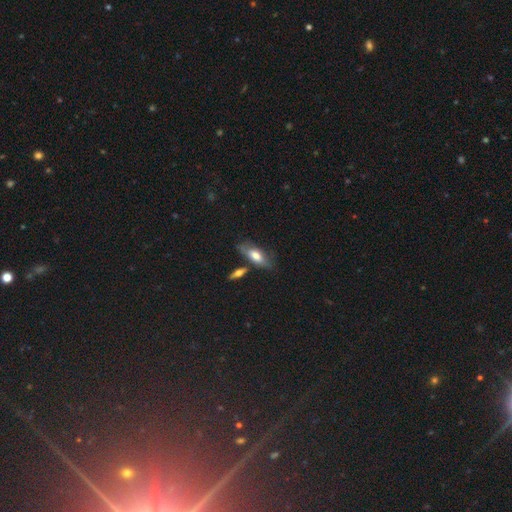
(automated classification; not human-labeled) The model was most divided on "smooth or featured": smooth: 63%, featured or disk: 30%, star or artifact: 7%. More confident: how rounded — in between (77%); merging — none (63%).